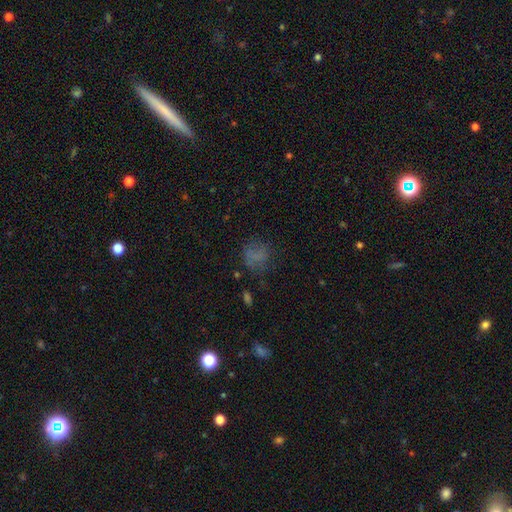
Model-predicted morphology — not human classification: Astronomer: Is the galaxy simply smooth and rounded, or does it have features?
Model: smooth — 61%.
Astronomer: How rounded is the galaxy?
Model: round — 63%.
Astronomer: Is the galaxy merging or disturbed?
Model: none — 57%.